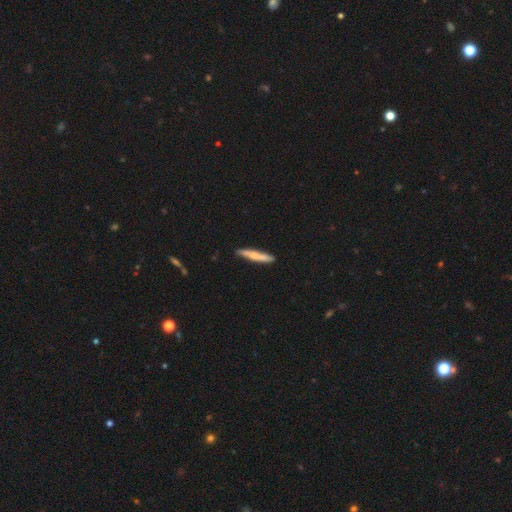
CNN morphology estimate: The model was most divided on "smooth or featured": smooth: 60%, featured or disk: 35%, star or artifact: 5%. More confident: how rounded — cigar-shaped (92%); merging — none (81%).